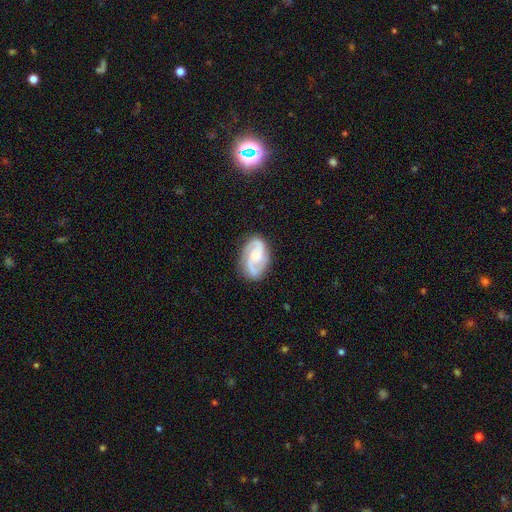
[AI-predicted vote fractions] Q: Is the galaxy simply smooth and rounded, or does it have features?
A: featured or disk — 84%.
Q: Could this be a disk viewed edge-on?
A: no — 97%.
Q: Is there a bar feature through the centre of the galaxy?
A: no — 55%.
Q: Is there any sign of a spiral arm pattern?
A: yes — 97%.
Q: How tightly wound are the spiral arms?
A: medium — 52%.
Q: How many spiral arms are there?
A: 2 — 76%.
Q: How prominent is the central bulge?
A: small — 46%.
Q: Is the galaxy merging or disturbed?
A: none — 79%.